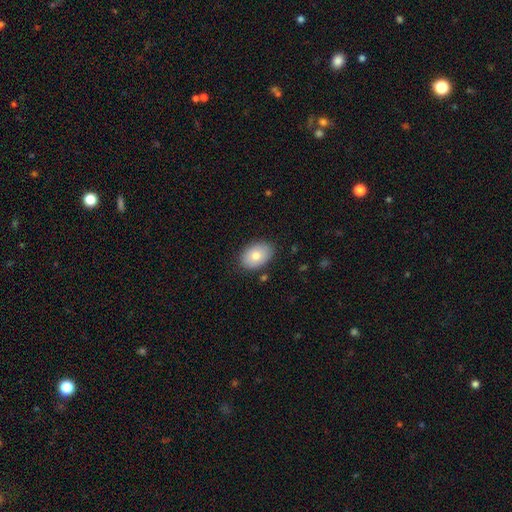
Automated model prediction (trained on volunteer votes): smooth-or-featured: smooth: 79% | featured or disk: 14% | star or artifact: 7%
  how-rounded: in between: 82% | round: 17% | cigar-shaped: 1%
  merging: none: 83% | minor disturbance: 12% | major disturbance: 3% | merger: 2%